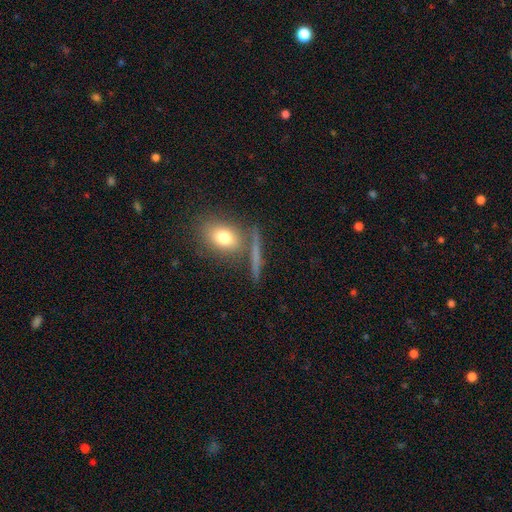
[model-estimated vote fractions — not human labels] This appears to be a smooth galaxy with no disk features (52%) that is cigar-shaped (51%). Merging: none (72%).